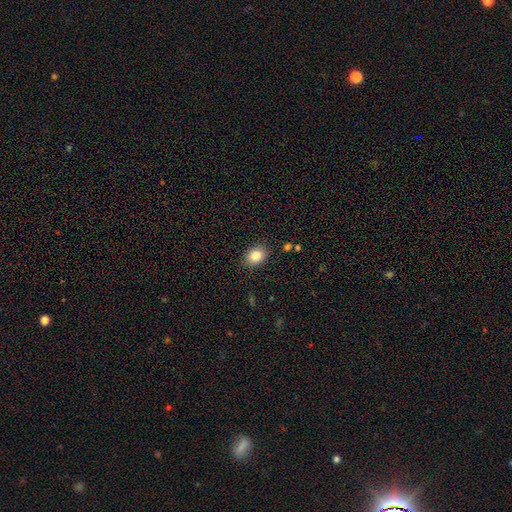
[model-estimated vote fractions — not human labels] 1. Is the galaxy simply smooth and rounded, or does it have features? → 84% smooth, 9% star or artifact, 6% featured or disk.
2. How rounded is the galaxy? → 57% in between, 42% round, 1% cigar-shaped.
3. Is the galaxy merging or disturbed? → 86% none, 10% minor disturbance, 2% major disturbance, 1% merger.